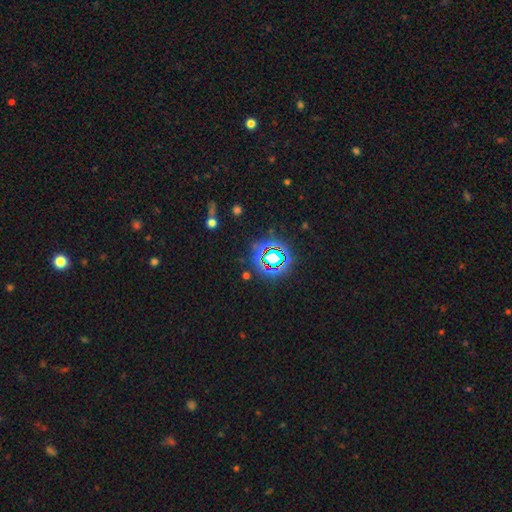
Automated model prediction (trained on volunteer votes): Smooth or featured? star or artifact (78%)